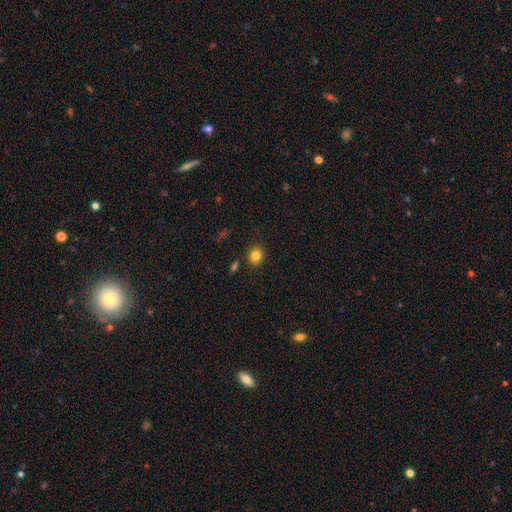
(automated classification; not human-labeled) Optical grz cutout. It shows a smooth galaxy with no disk features (83%) that is round (74%). Merging: none (86%).